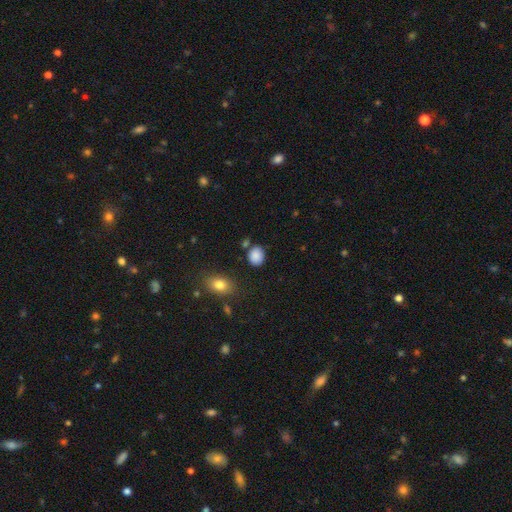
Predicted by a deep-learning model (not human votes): This appears to be a smooth galaxy with no disk features (87%) that is round (57%). Merging: none (77%).